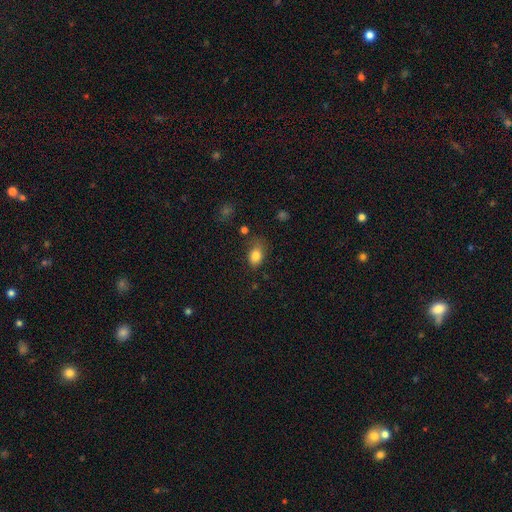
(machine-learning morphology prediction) Smooth or featured?
  - smooth: 83% *
  - star or artifact: 10%
  - featured or disk: 8%
How rounded?
  - in between: 76% *
  - round: 23%
  - cigar-shaped: 1%
Merging?
  - none: 59% *
  - minor disturbance: 28%
  - major disturbance: 9%
  - merger: 3%